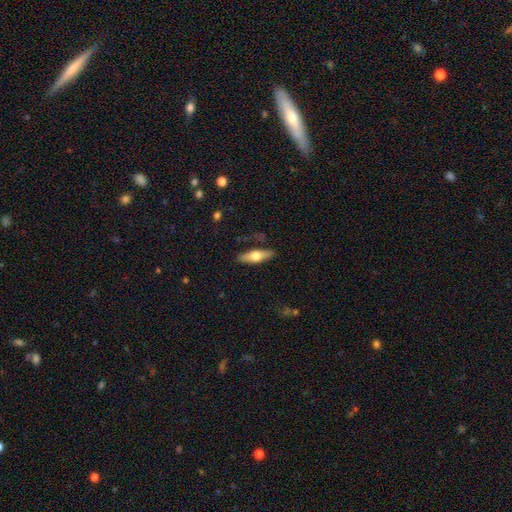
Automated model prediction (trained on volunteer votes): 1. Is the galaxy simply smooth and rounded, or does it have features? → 54% smooth, 41% featured or disk, 6% star or artifact.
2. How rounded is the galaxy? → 56% cigar-shaped, 42% in between, 3% round.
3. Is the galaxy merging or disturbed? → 84% none, 11% minor disturbance, 3% major disturbance, 2% merger.